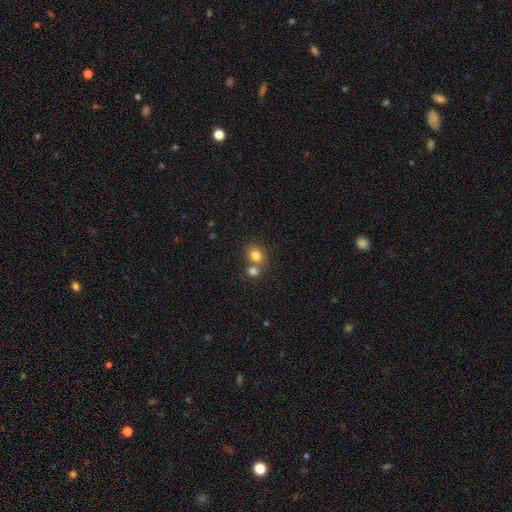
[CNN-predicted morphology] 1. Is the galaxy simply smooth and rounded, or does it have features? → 81% smooth, 11% star or artifact, 8% featured or disk.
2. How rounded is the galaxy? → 67% round, 32% in between, 1% cigar-shaped.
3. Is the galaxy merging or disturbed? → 49% none, 40% merger, 8% minor disturbance, 3% major disturbance.